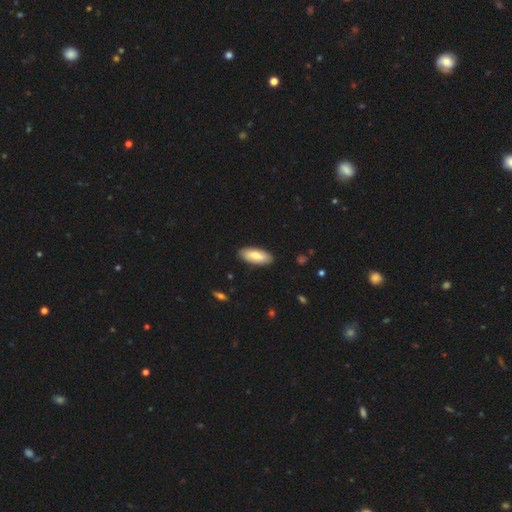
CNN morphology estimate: Smooth or featured? smooth (74%)
How rounded? in between (85%)
Merging? none (88%)